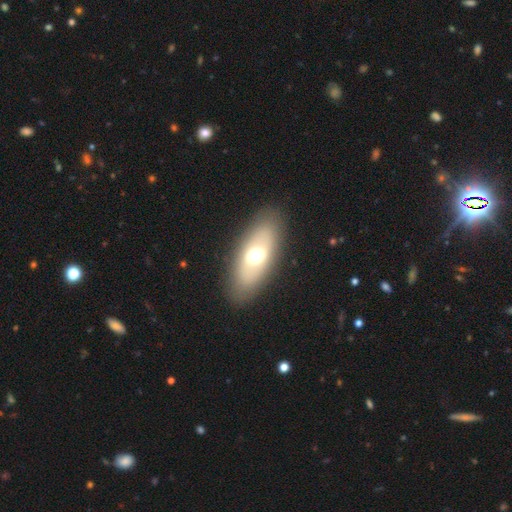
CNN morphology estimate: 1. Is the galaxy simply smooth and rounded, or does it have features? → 54% smooth, 38% featured or disk, 8% star or artifact.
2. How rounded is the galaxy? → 84% in between, 11% cigar-shaped, 5% round.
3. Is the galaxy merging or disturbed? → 86% none, 9% minor disturbance, 4% major disturbance, 1% merger.